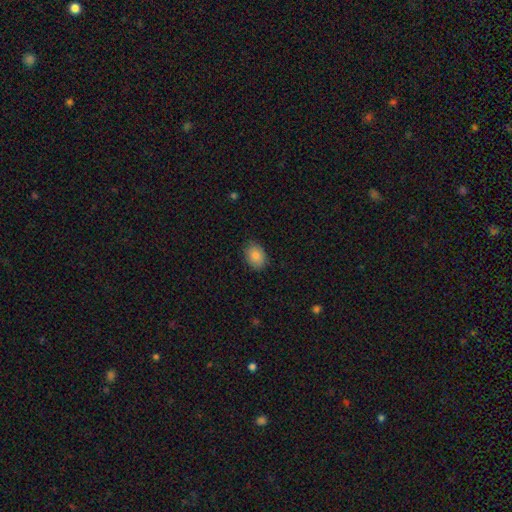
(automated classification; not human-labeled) Q: Smooth or featured?
A: smooth (86%); runner-up: star or artifact (8%)
Q: How rounded?
A: in between (71%); runner-up: round (28%)
Q: Merging?
A: none (84%); runner-up: minor disturbance (12%)